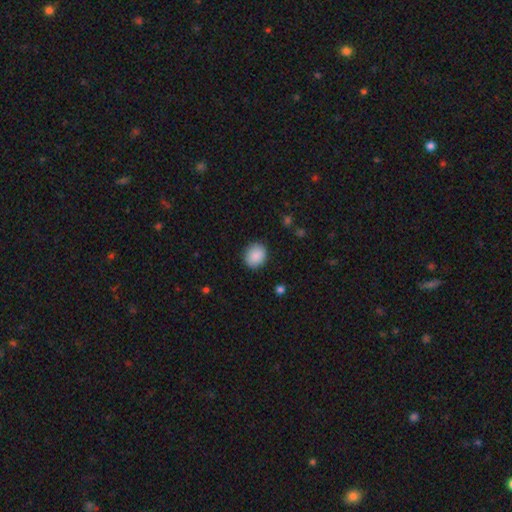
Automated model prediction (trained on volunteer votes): A smooth galaxy with no disk features (89%) that is round (68%). Merging: none (88%).